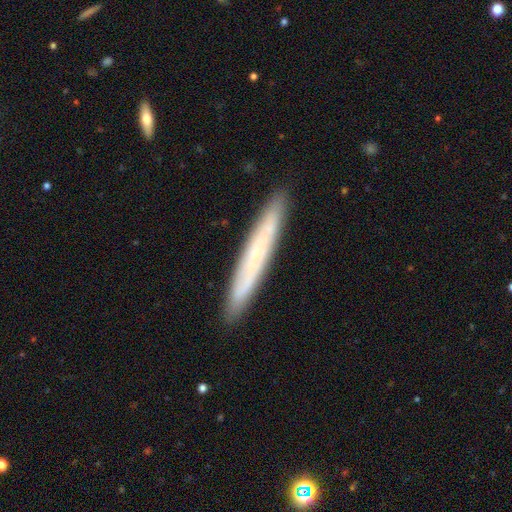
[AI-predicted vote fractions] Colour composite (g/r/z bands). It shows a smooth galaxy with no disk features (49%). Merging: none (90%).